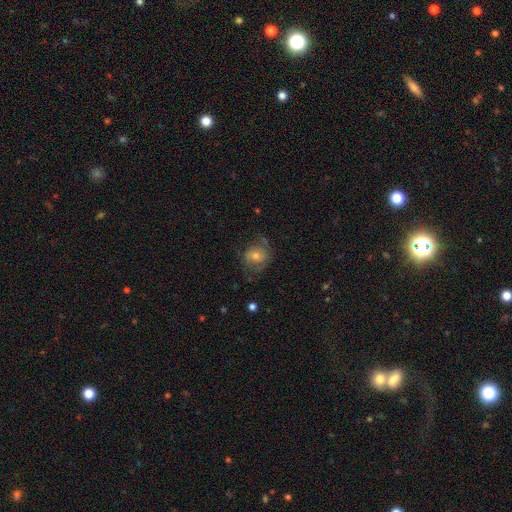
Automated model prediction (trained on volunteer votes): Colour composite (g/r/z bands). It shows a featured or disk galaxy (45%). Merging: none (62%).